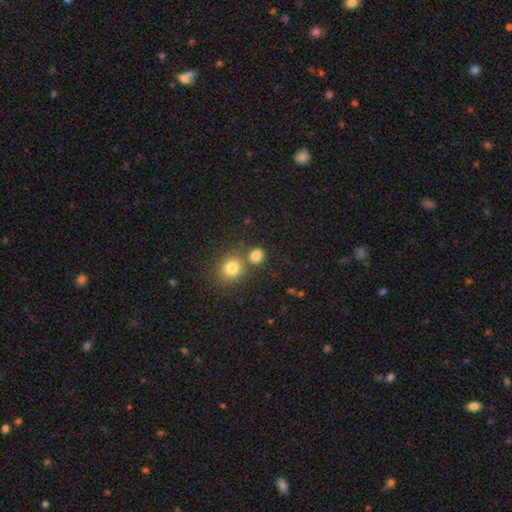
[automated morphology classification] The model was most divided on "merging": none: 66%, merger: 23%, minor disturbance: 8%, major disturbance: 3%. More confident: smooth or featured — smooth (82%); how rounded — round (81%).